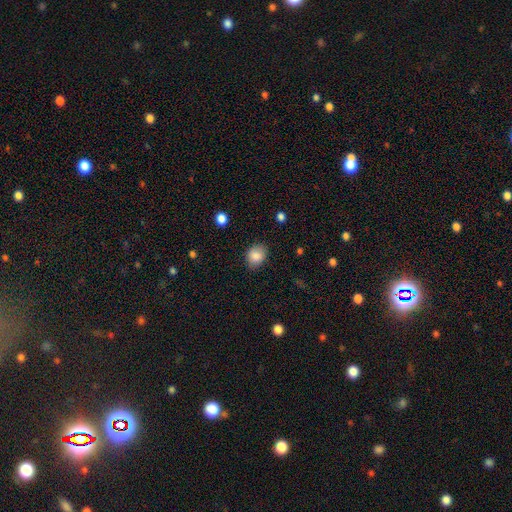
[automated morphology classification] Smooth or featured? Predicted: smooth (p=0.86). How rounded? Predicted: round (p=0.52). Merging? Predicted: none (p=0.82).